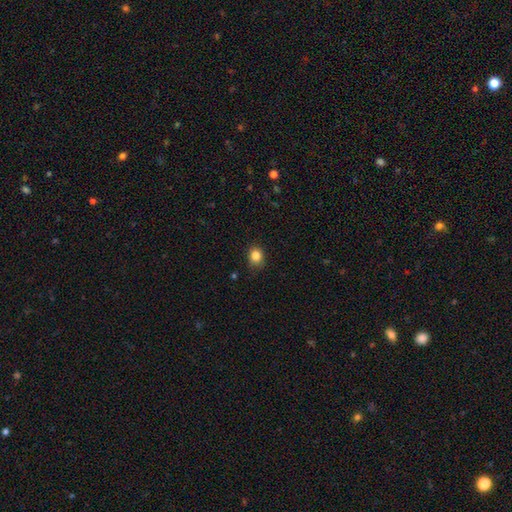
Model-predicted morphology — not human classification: Q: Smooth or featured?
A: smooth (84%); runner-up: star or artifact (11%)
Q: How rounded?
A: round (69%); runner-up: in between (30%)
Q: Merging?
A: none (80%); runner-up: minor disturbance (15%)